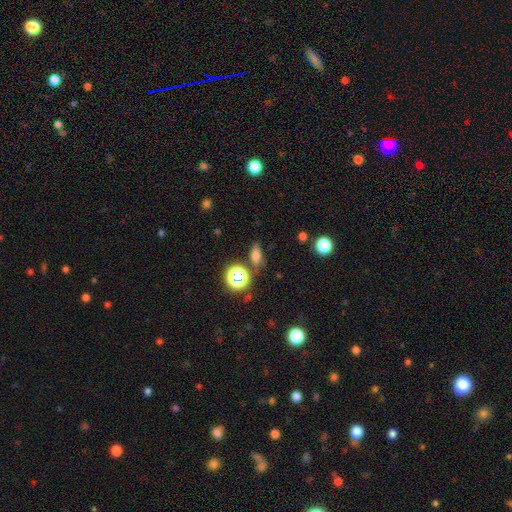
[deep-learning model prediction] Smooth or featured: smooth — 68% (star or artifact — 20%)
How rounded: in between — 73% (round — 16%)
Merging: none — 72% (minor disturbance — 16%)